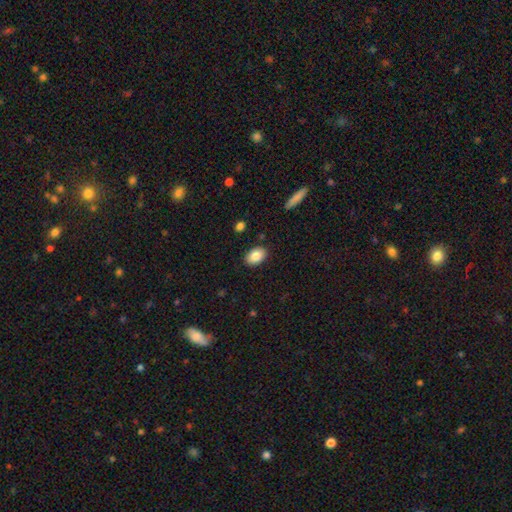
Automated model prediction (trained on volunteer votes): Morphology: type=smooth (84%); roundness=in between (87%); merging=none (88%).